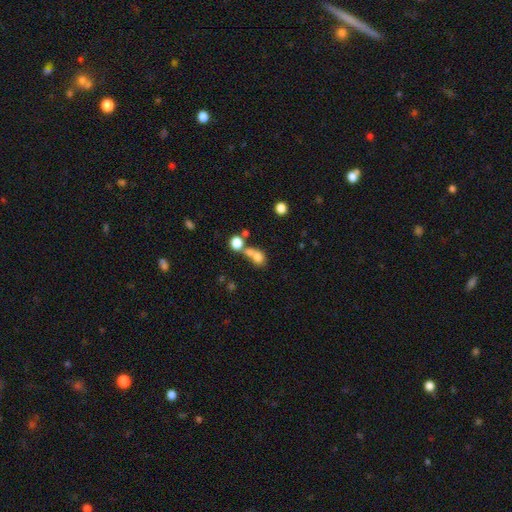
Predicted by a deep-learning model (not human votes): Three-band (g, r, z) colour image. It shows a smooth galaxy with no disk features (72%) that is round (63%). Merging: merger (54%).